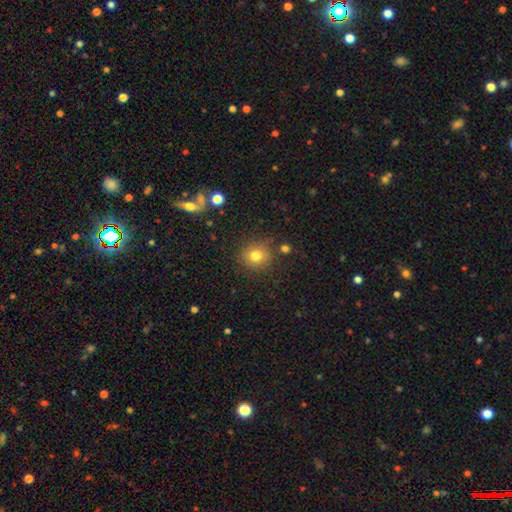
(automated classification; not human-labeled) smooth_or_featured: smooth (p=0.78) [alt: star or artifact p=0.14]
how_rounded: round (p=0.87) [alt: in between p=0.12]
merging: none (p=0.84) [alt: minor disturbance p=0.09]